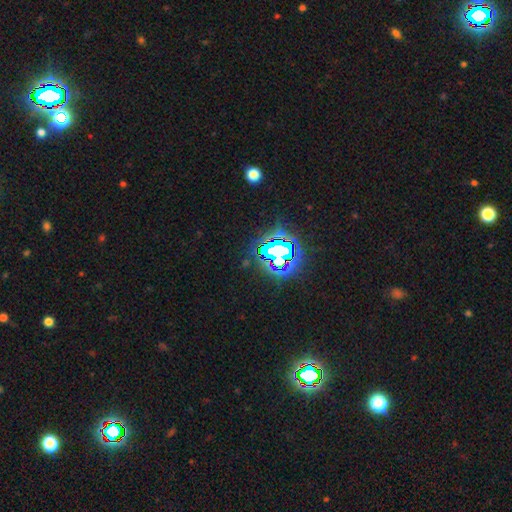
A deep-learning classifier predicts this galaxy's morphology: type=star or artifact (81%).